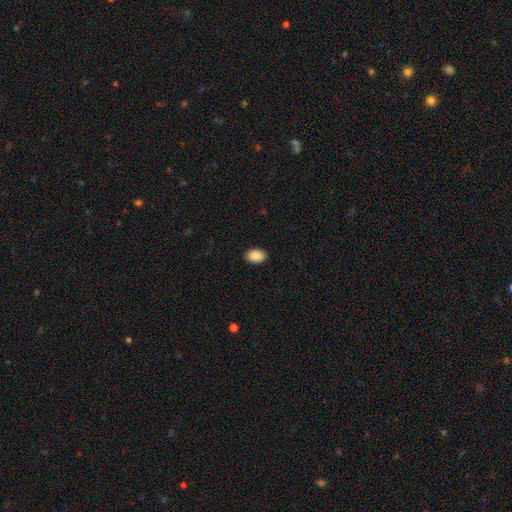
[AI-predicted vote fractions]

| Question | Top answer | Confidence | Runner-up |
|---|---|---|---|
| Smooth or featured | smooth | 90% | star or artifact (7%) |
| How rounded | in between | 84% | round (15%) |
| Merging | none | 90% | minor disturbance (7%) |